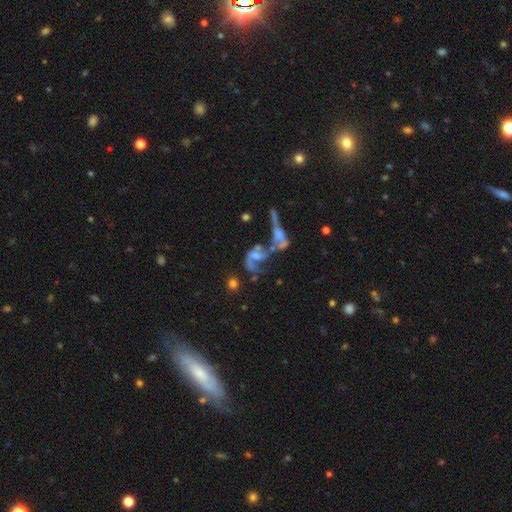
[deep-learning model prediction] Overall: featured or disk (62%; smooth 24%). Edge-on disk: no (94%). Bar: no (66%). Spiral arms: yes (54%; no 46%). Bulge size: none (47%; moderate 24%). Merging: merger (51%; major disturbance 25%).